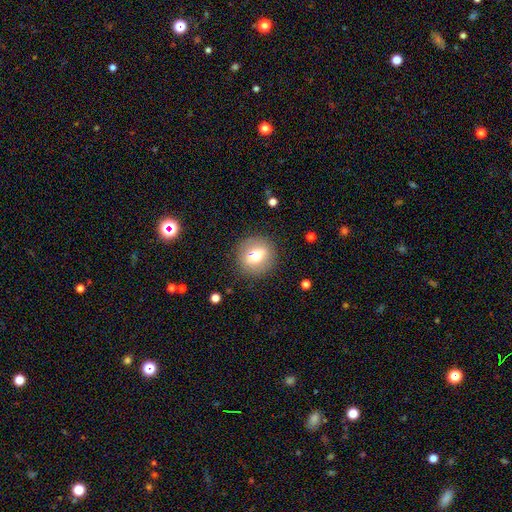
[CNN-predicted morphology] A smooth galaxy with no disk features (60%) that is round (83%).

Vote fractions:
- Smooth or featured? smooth: 60% / featured or disk: 30% / star or artifact: 9%
- How rounded? round: 83% / in between: 15% / cigar-shaped: 2%
- Merging? none: 86% / minor disturbance: 9% / major disturbance: 3% / merger: 1%